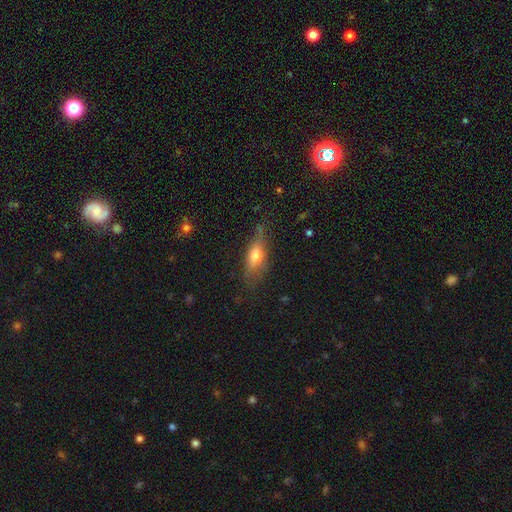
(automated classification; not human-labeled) The model was most divided on "how rounded": in between: 64%, cigar-shaped: 32%, round: 4%. More confident: merging — none (65%); smooth or featured — smooth (63%).